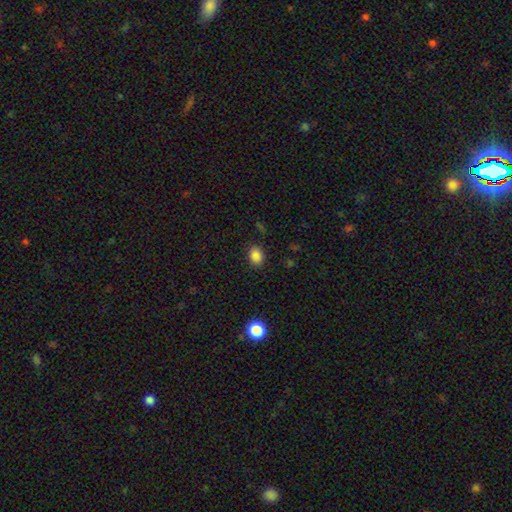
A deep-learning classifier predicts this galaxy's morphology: A smooth galaxy with no disk features (85%) that is in between round and cigar-shaped (65%).

Vote fractions:
- Smooth or featured? smooth: 85% / star or artifact: 11% / featured or disk: 4%
- How rounded? in between: 65% / round: 34% / cigar-shaped: 1%
- Merging? none: 85% / minor disturbance: 11% / major disturbance: 3% / merger: 1%